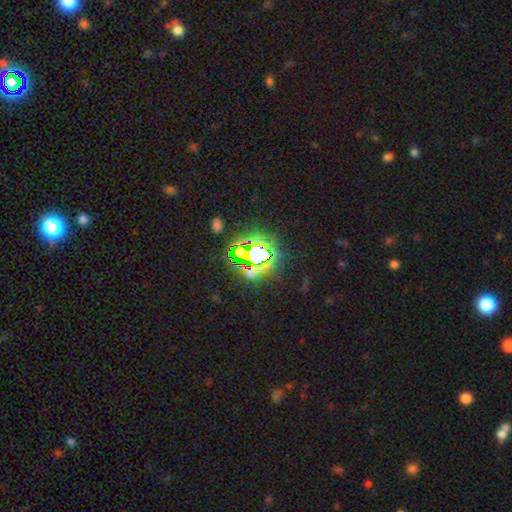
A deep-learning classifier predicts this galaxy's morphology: Overall: star or artifact (73%).